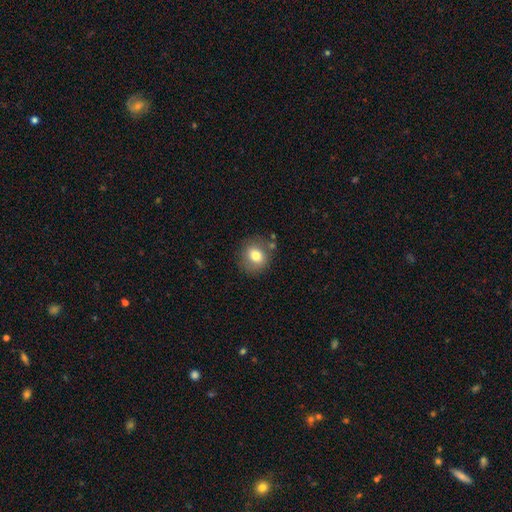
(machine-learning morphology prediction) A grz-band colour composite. It shows a smooth galaxy with no disk features (78%) that is round (79%). Merging: none (80%).